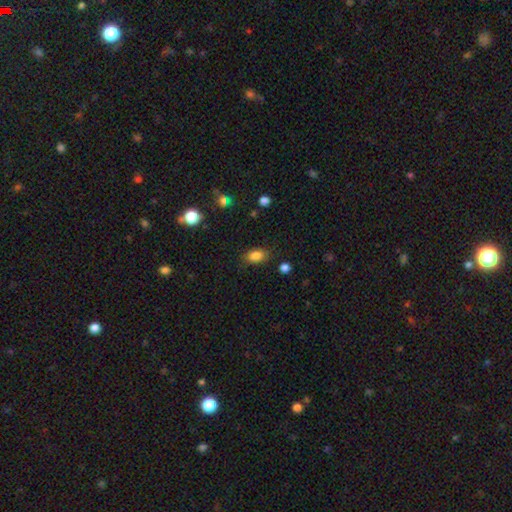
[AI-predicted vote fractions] Smooth or featured: smooth — 84% (star or artifact — 10%)
How rounded: in between — 86% (round — 12%)
Merging: none — 79% (minor disturbance — 15%)